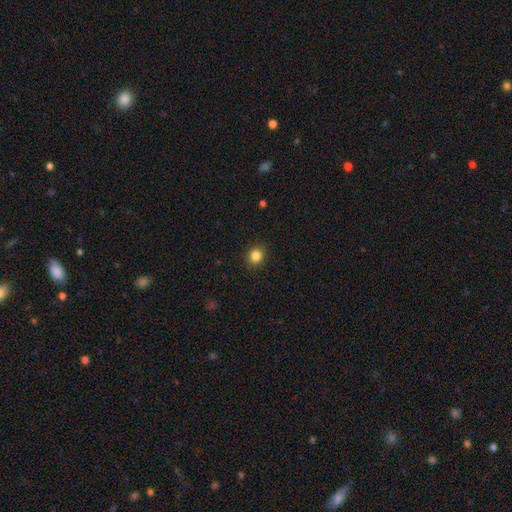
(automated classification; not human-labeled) Smooth or featured?
  - smooth: 84% *
  - star or artifact: 11%
  - featured or disk: 5%
How rounded?
  - round: 78% *
  - in between: 21%
  - cigar-shaped: 1%
Merging?
  - none: 90% *
  - minor disturbance: 7%
  - major disturbance: 2%
  - merger: 1%